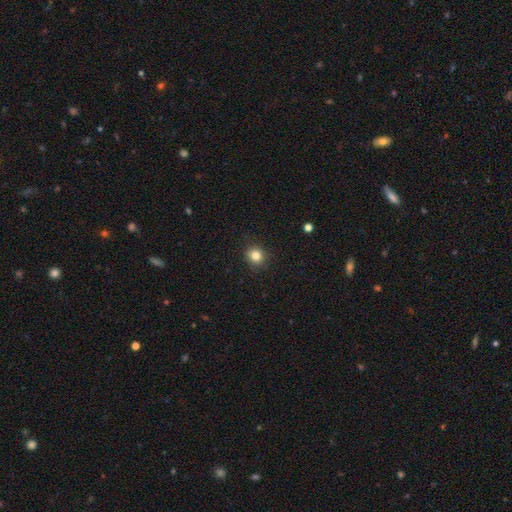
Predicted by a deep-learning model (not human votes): smooth-or-featured: smooth: 83% | star or artifact: 12% | featured or disk: 6%
  how-rounded: round: 84% | in between: 15% | cigar-shaped: 1%
  merging: none: 89% | minor disturbance: 8% | major disturbance: 2% | merger: 1%